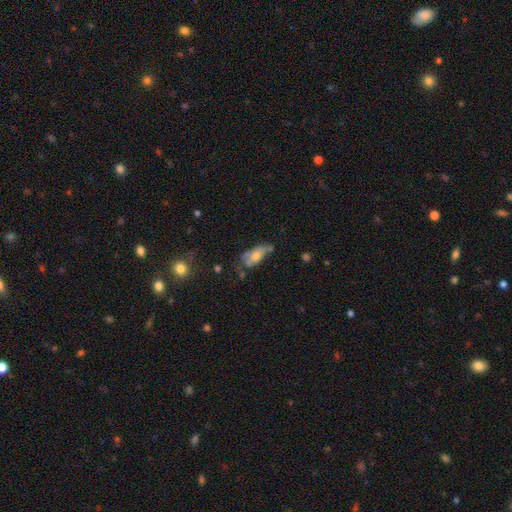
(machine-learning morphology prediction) Smooth or featured?
  - smooth: 55% *
  - featured or disk: 36%
  - star or artifact: 9%
How rounded?
  - in between: 82% *
  - cigar-shaped: 15%
  - round: 4%
Merging?
  - none: 37% *
  - minor disturbance: 31%
  - major disturbance: 21%
  - merger: 11%